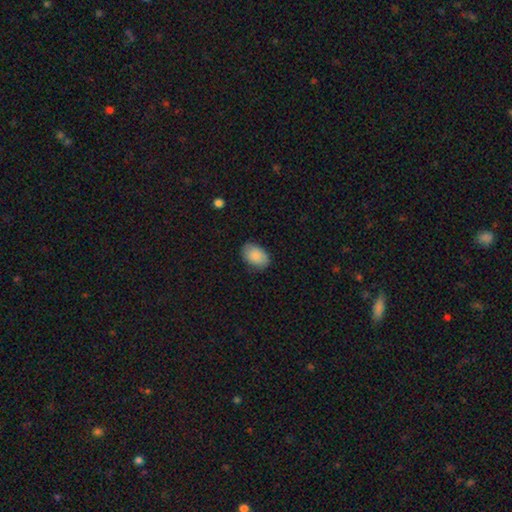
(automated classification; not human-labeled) A smooth galaxy with no disk features (87%) that is in between round and cigar-shaped (87%).

Vote fractions:
- Smooth or featured? smooth: 87% / featured or disk: 7% / star or artifact: 6%
- How rounded? in between: 87% / round: 12% / cigar-shaped: 1%
- Merging? none: 82% / minor disturbance: 14% / major disturbance: 3% / merger: 1%